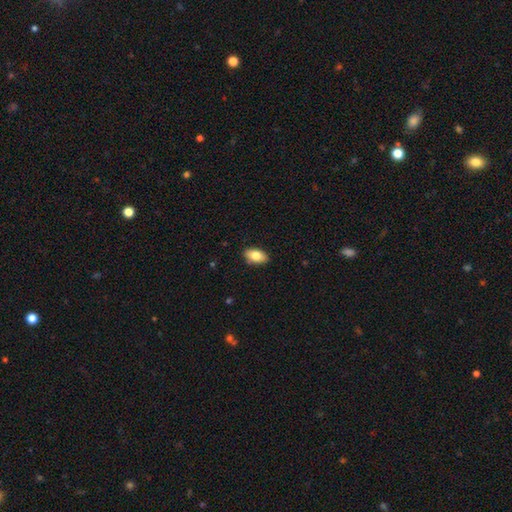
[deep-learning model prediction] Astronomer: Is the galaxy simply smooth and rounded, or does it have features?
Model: smooth — 81%.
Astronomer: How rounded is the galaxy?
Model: in between — 92%.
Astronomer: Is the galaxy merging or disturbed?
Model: none — 88%.